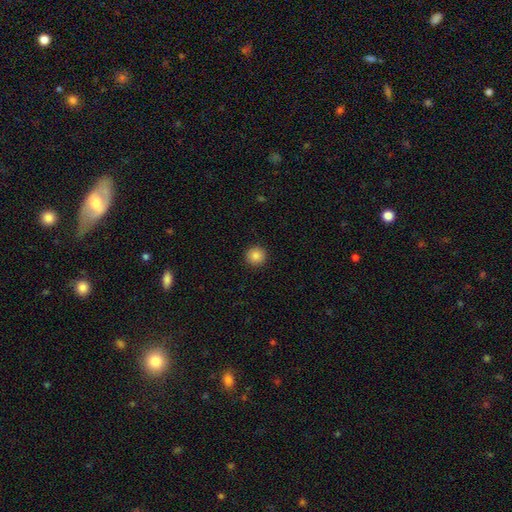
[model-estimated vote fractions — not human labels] This is clearly a smooth galaxy (87%). How rounded: clearly round (94%). Merging: clearly none (92%).